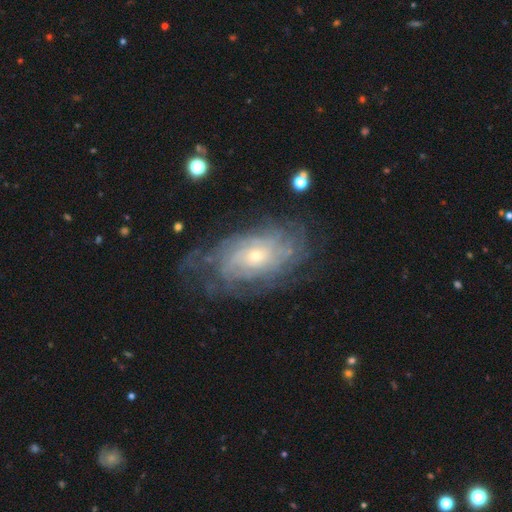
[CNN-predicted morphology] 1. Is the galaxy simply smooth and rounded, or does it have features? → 81% featured or disk, 12% smooth, 7% star or artifact.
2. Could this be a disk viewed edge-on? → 95% no, 5% yes.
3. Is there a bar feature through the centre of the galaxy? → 76% no, 21% weak, 4% strong.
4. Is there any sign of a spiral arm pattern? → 91% yes, 9% no.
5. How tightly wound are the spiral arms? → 70% tight, 23% medium, 7% loose.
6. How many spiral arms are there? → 54% can't tell, 13% more than 4, 12% 4, 9% 2, 8% 3, 5% 1.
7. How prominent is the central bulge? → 66% small, 30% moderate, 2% large, 1% none, 1% dominant.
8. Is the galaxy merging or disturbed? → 68% none, 20% minor disturbance, 11% major disturbance, 2% merger.